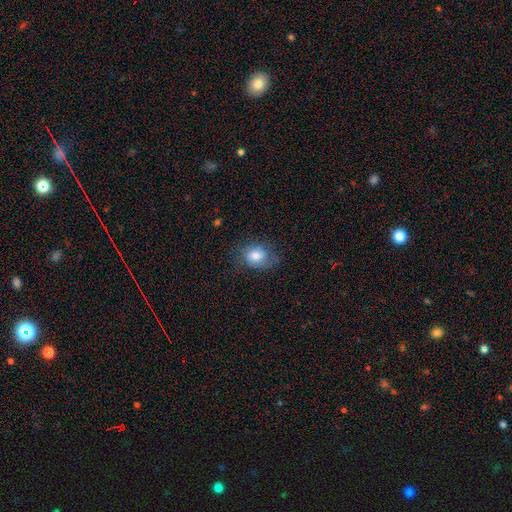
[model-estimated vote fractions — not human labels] The model was most divided on "how rounded": in between: 62%, round: 37%, cigar-shaped: 1%. More confident: smooth or featured — smooth (76%); merging — none (65%).